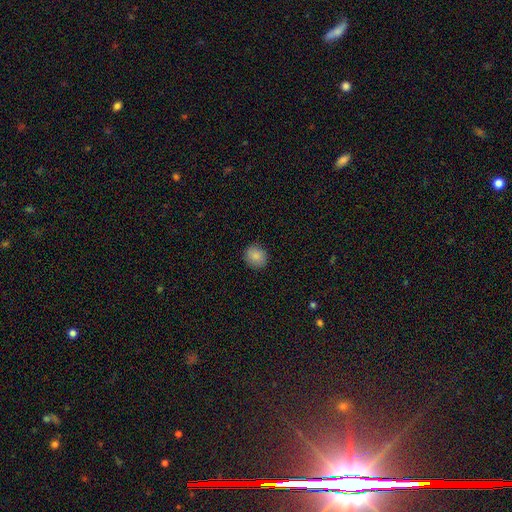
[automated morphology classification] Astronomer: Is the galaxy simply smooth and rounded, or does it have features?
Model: smooth — 87%.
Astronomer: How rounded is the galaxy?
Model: round — 78%.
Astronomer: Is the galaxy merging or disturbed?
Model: none — 87%.